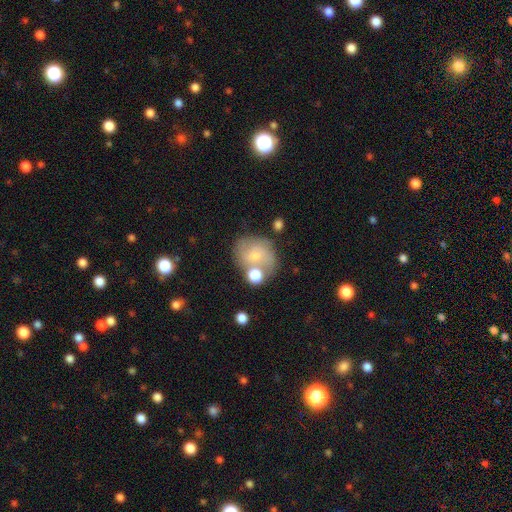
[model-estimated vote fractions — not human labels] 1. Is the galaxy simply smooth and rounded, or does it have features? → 50% smooth, 40% featured or disk, 10% star or artifact.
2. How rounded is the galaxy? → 70% round, 29% in between, 1% cigar-shaped.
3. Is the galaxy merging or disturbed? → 54% none, 19% merger, 19% minor disturbance, 8% major disturbance.